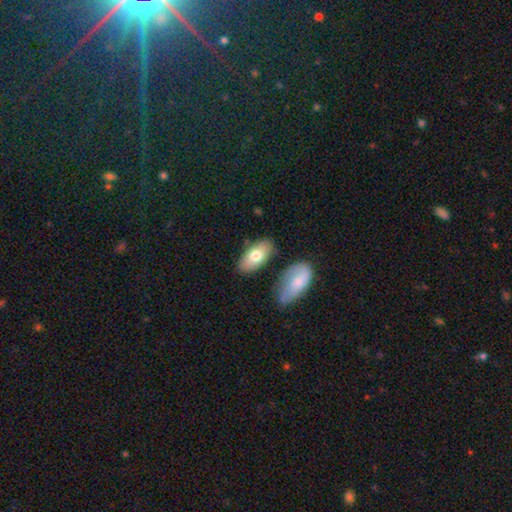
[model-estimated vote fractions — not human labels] Morphology: type=smooth (74%); roundness=in between (92%); merging=none (76%).